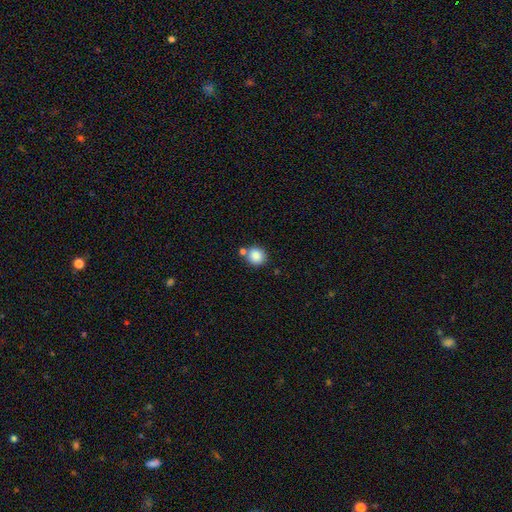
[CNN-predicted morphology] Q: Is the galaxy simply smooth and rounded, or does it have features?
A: smooth — 87%.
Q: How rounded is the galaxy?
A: round — 86%.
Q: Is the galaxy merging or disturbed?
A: none — 70%.